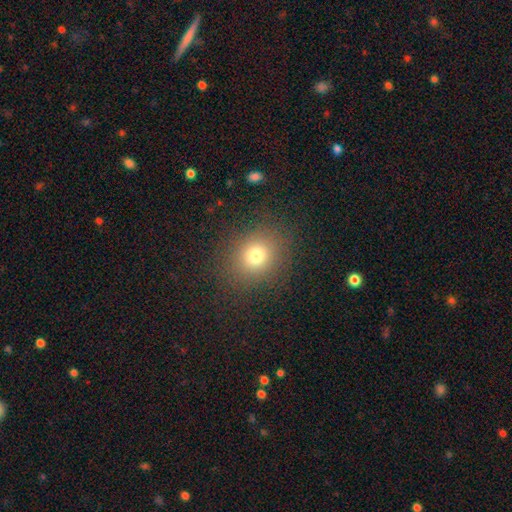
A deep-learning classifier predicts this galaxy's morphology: Overall: smooth (74%). How rounded: round (69%; in between 30%). Merging: none (85%).